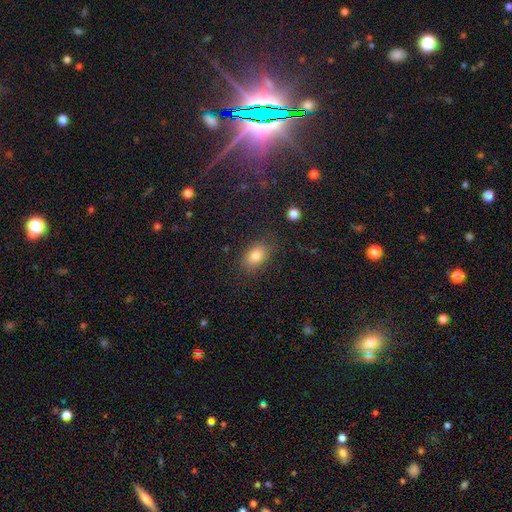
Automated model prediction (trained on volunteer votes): This appears to be a smooth galaxy with no disk features (83%) that is in between round and cigar-shaped (83%). Merging: none (81%).